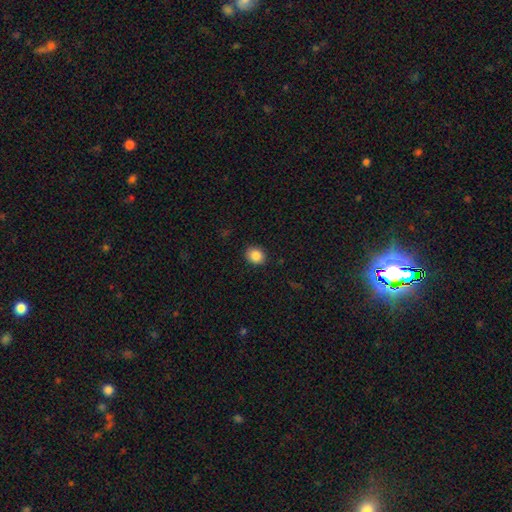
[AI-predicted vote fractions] smooth 86%, star or artifact 9%, featured or disk 4%. Down the decision tree: how rounded — round (68%); merging — none (89%).